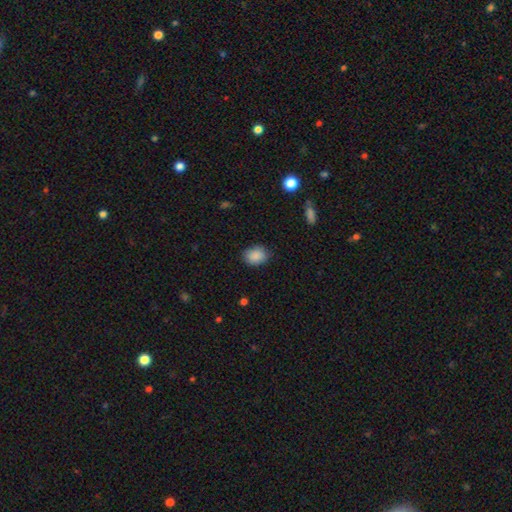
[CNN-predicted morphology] A smooth galaxy with no disk features (88%) that is in between round and cigar-shaped (59%).

Vote fractions:
- Smooth or featured? smooth: 88% / star or artifact: 8% / featured or disk: 4%
- How rounded? in between: 59% / round: 40% / cigar-shaped: 1%
- Merging? none: 81% / minor disturbance: 15% / major disturbance: 3% / merger: 1%